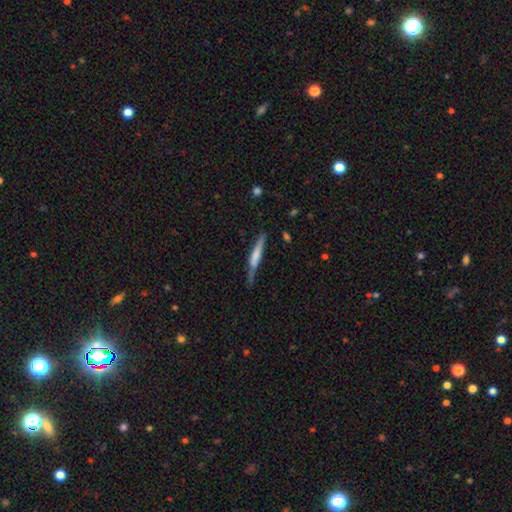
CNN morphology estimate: smooth-or-featured: smooth: 51% | featured or disk: 43% | star or artifact: 6%
  how-rounded: cigar-shaped: 91% | in between: 7% | round: 2%
  merging: none: 60% | minor disturbance: 27% | major disturbance: 9% | merger: 4%